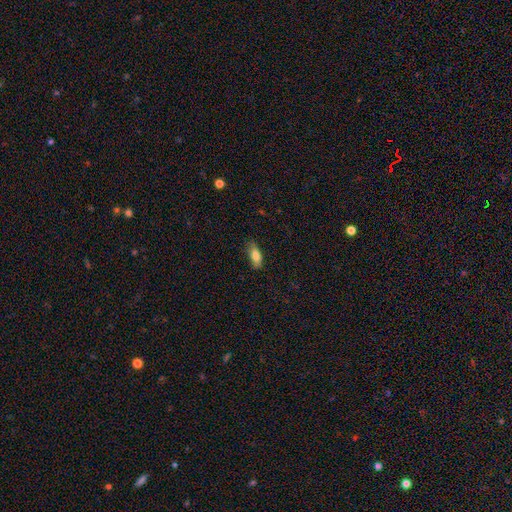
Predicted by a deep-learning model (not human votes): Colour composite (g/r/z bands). It shows a smooth galaxy with no disk features (81%) that is in between round and cigar-shaped (74%). Merging: none (77%).